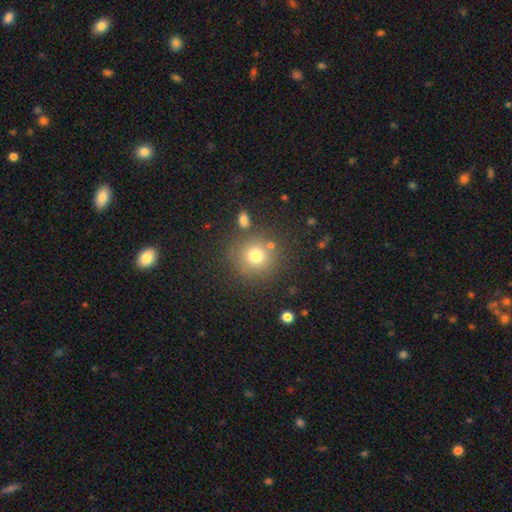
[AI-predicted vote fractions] Smooth or featured: smooth — 76% (star or artifact — 14%)
How rounded: round — 91% (in between — 8%)
Merging: none — 77% (minor disturbance — 10%)